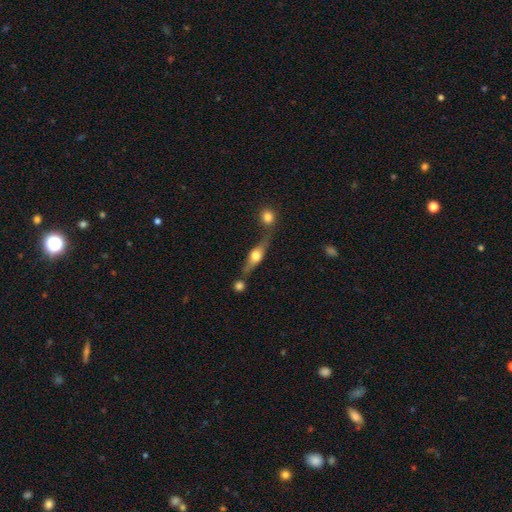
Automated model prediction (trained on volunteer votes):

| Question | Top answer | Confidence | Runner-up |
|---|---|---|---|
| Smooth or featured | featured or disk | 52% | smooth (41%) |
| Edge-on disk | yes | 84% | no (16%) |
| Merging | none | 53% | merger (26%) |